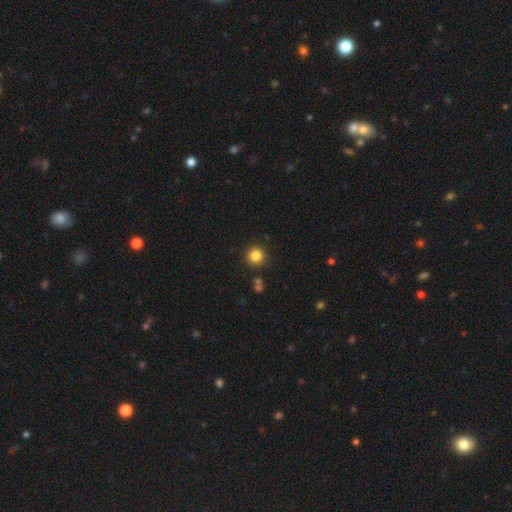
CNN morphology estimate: A smooth galaxy with no disk features (83%) that is round (94%).

Vote fractions:
- Smooth or featured? smooth: 83% / star or artifact: 12% / featured or disk: 5%
- How rounded? round: 94% / in between: 5% / cigar-shaped: 1%
- Merging? none: 88% / minor disturbance: 6% / merger: 3% / major disturbance: 2%